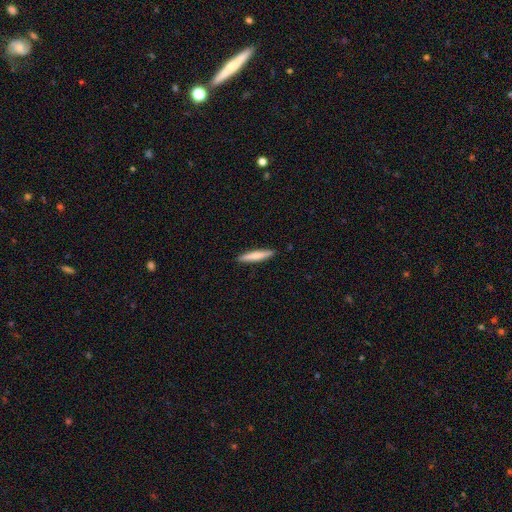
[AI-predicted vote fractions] Smooth or featured?
  - smooth: 73% *
  - featured or disk: 22%
  - star or artifact: 5%
How rounded?
  - cigar-shaped: 92% *
  - in between: 7%
  - round: 1%
Merging?
  - none: 91% *
  - minor disturbance: 7%
  - major disturbance: 1%
  - merger: 1%